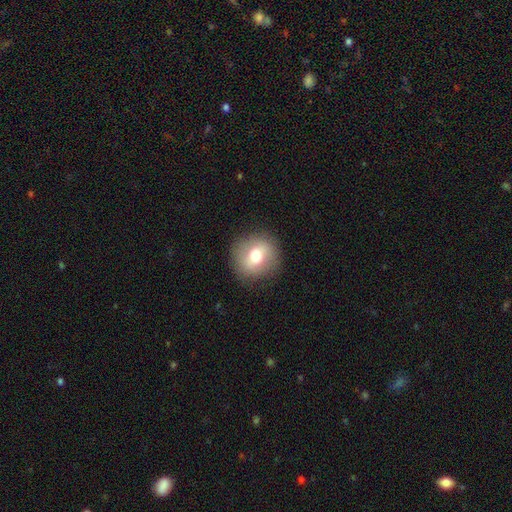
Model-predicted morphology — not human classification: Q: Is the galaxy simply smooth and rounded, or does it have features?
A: smooth — 69%.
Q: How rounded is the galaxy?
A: round — 87%.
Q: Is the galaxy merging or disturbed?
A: none — 86%.